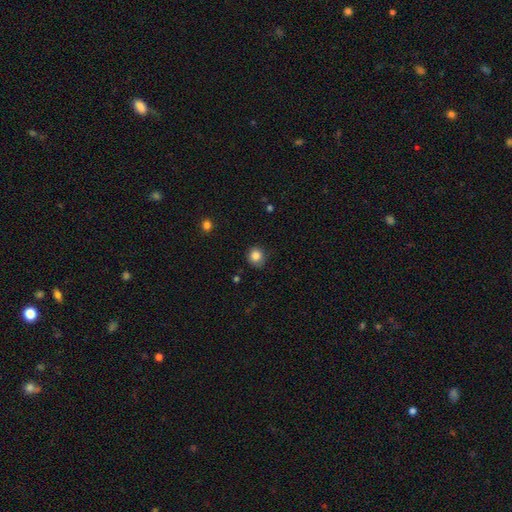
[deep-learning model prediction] Morphology: type=smooth (84%); roundness=round (85%); merging=none (75%).